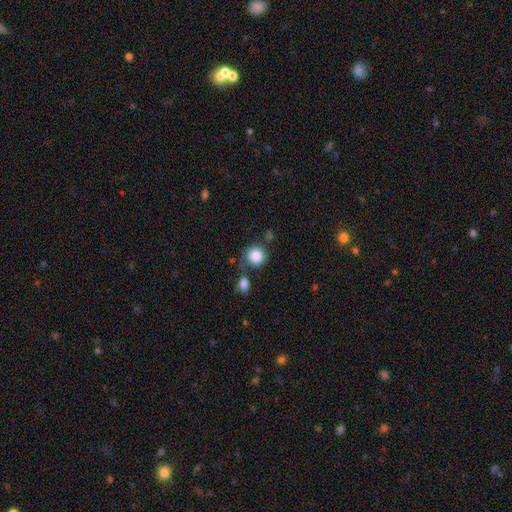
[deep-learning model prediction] Smooth or featured? Predicted: smooth (p=0.86). How rounded? Predicted: round (p=0.88). Merging? Predicted: none (p=0.66).